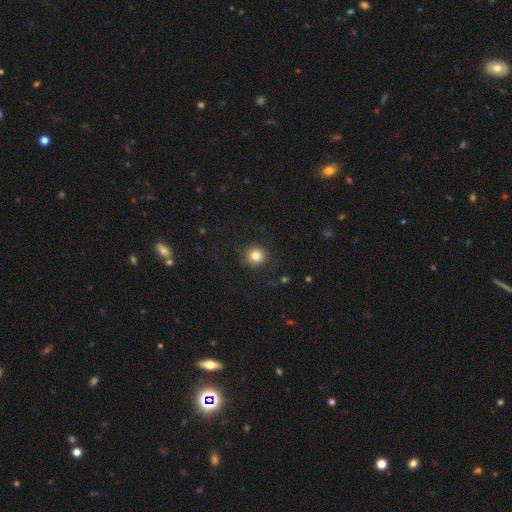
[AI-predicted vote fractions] Q: Smooth or featured?
A: smooth (82%); runner-up: star or artifact (11%)
Q: How rounded?
A: round (92%); runner-up: in between (7%)
Q: Merging?
A: none (86%); runner-up: minor disturbance (9%)